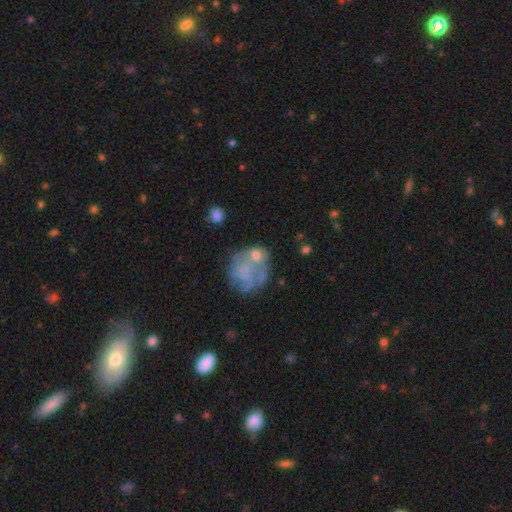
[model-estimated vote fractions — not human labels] A featured or disk galaxy (46%). Merging: none (51%).